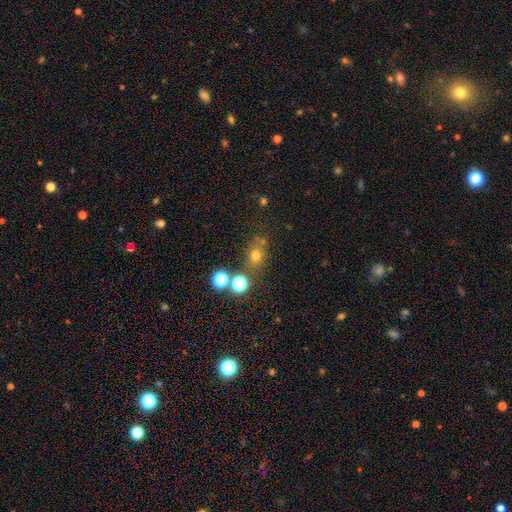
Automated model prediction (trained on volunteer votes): Smooth or featured? Predicted: smooth (p=0.68). How rounded? Predicted: round (p=0.58). Merging? Predicted: none (p=0.66).